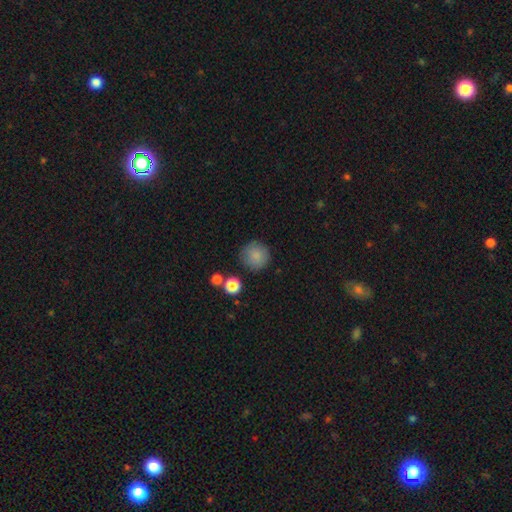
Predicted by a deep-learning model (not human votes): This appears to be a smooth galaxy with no disk features (85%) that is round (94%). Merging: none (83%).